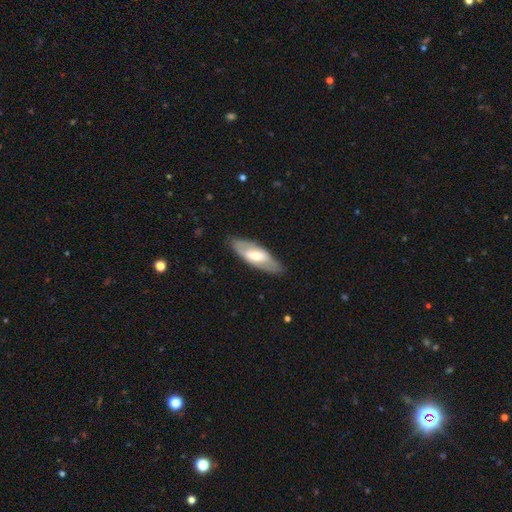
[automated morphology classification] Smooth or featured: featured or disk — 56% (smooth — 39%)
Edge-on disk: no — 77% (yes — 23%)
Merging: none — 82% (minor disturbance — 13%)